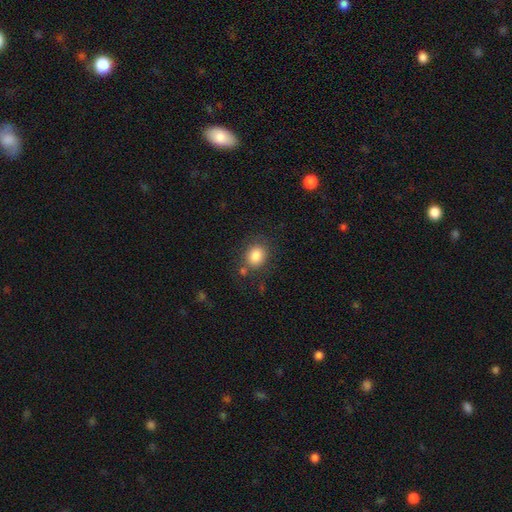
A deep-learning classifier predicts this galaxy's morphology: This is clearly a smooth galaxy (85%). How rounded: possibly round (57%). Merging: likely none (75%).